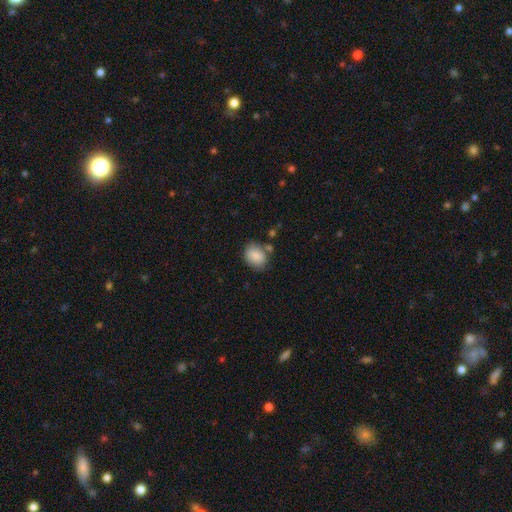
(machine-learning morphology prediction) Smooth or featured: smooth — 85% (star or artifact — 8%)
How rounded: in between — 56% (round — 43%)
Merging: none — 71% (minor disturbance — 16%)